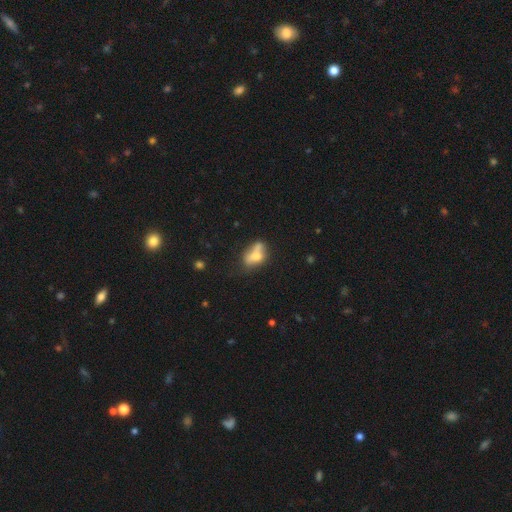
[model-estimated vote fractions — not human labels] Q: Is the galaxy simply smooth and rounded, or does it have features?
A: smooth — 56%.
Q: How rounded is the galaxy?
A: in between — 74%.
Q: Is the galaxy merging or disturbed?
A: none — 36%.